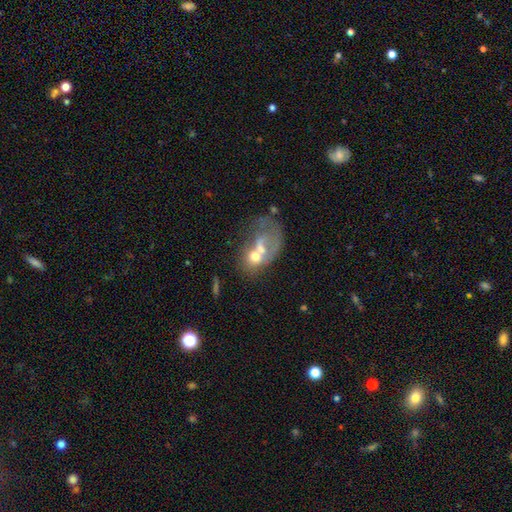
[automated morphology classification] Q: Smooth or featured?
A: featured or disk (46%); runner-up: smooth (44%)
Q: Merging?
A: merger (49%); runner-up: major disturbance (26%)